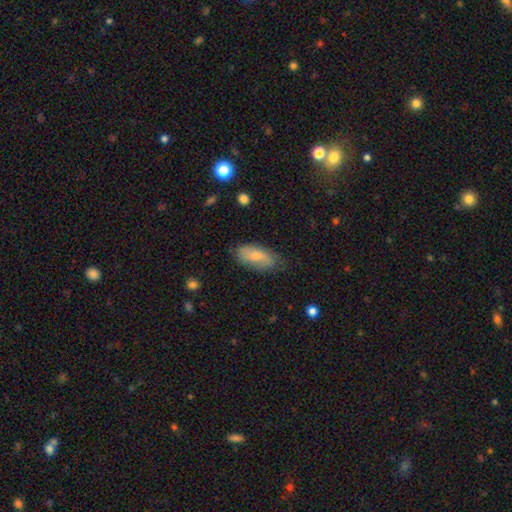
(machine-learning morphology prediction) type=smooth (62%); roundness=in between (85%); merging=none (75%).